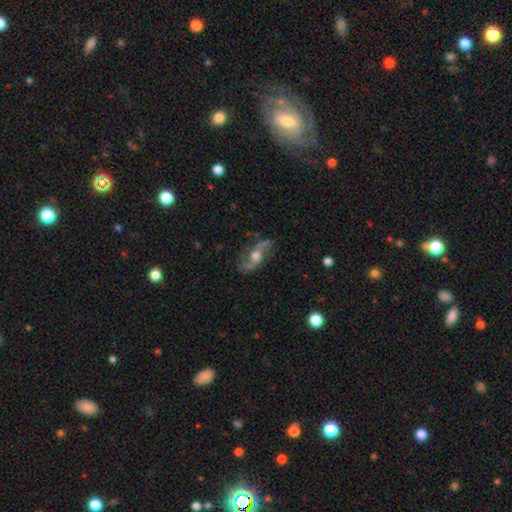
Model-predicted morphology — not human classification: A featured or disk galaxy (86%) with no bar (58%), 2 (94%) loose (79%) spiral arms (95%) and a moderate central bulge (72%). Merging: none (80%).